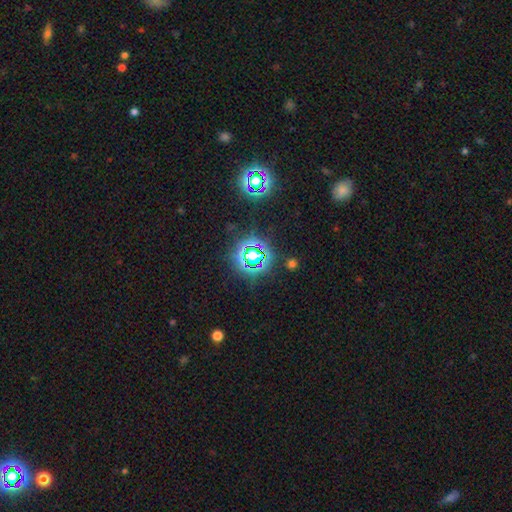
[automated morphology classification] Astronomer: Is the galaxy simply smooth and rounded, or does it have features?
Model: star or artifact — 70%.